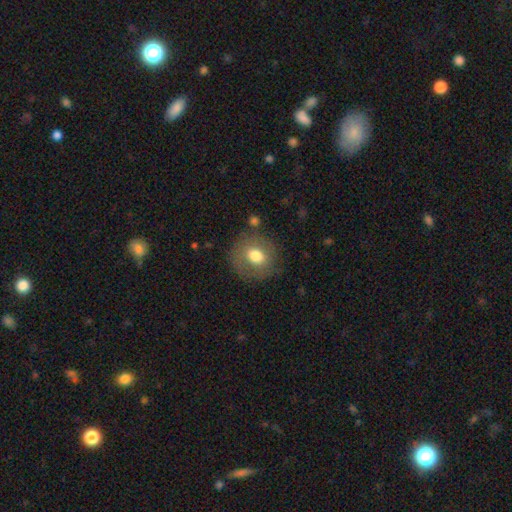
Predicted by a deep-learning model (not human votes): Smooth or featured: smooth — 71% (featured or disk — 20%)
How rounded: round — 82% (in between — 17%)
Merging: none — 78% (minor disturbance — 13%)